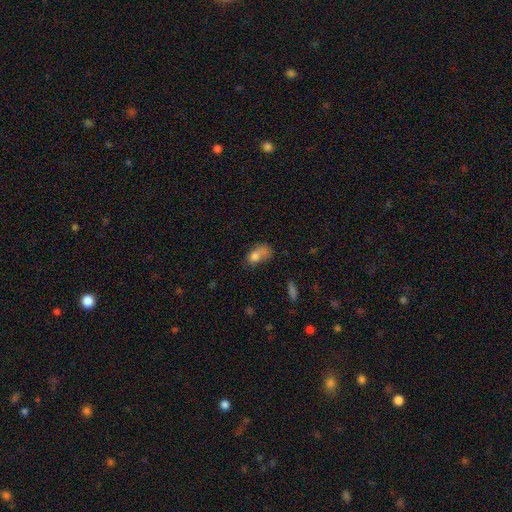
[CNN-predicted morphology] Smooth or featured?
  - smooth: 73% *
  - featured or disk: 16%
  - star or artifact: 11%
How rounded?
  - in between: 82% *
  - round: 15%
  - cigar-shaped: 3%
Merging?
  - major disturbance: 33% *
  - none: 28%
  - minor disturbance: 26%
  - merger: 12%